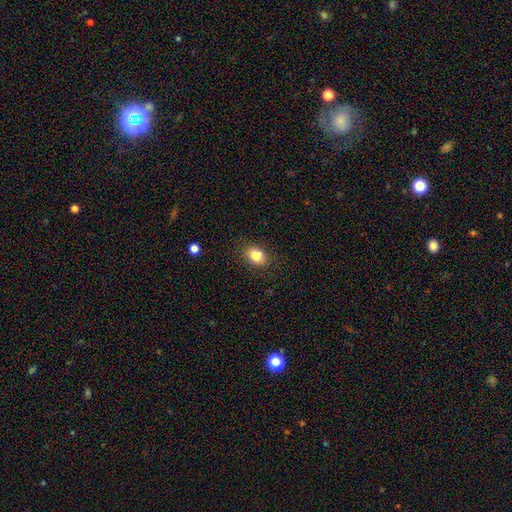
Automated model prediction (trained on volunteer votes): A smooth galaxy with no disk features (82%) that is in between round and cigar-shaped (64%).

Vote fractions:
- Smooth or featured? smooth: 82% / star or artifact: 10% / featured or disk: 8%
- How rounded? in between: 64% / round: 35% / cigar-shaped: 1%
- Merging? none: 86% / minor disturbance: 10% / major disturbance: 3% / merger: 1%